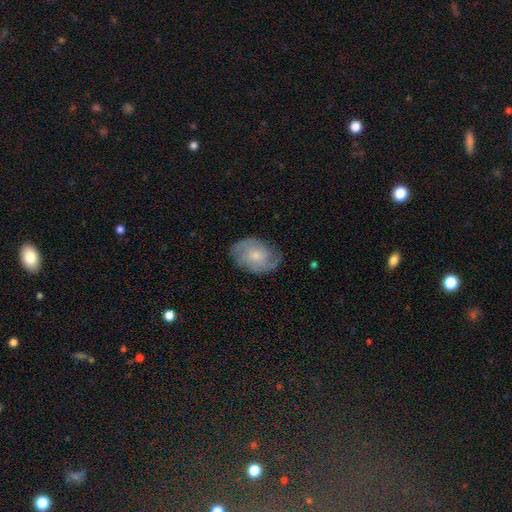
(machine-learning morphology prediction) Overall: featured or disk (60%; smooth 33%). Edge-on disk: no (96%). Bar: no (72%). Spiral arms: yes (86%). Bulge size: small (54%; moderate 37%). Merging: none (71%).